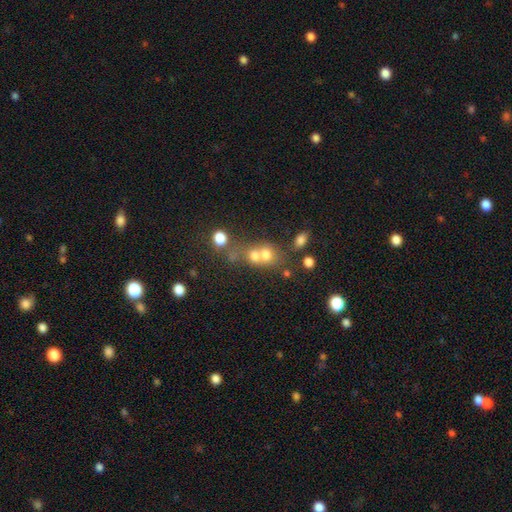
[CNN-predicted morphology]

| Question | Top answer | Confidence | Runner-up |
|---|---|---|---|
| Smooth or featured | smooth | 63% | featured or disk (19%) |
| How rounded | round | 71% | in between (27%) |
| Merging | merger | 59% | none (29%) |